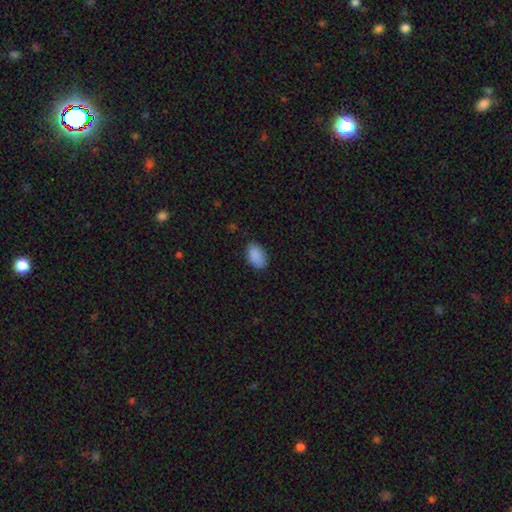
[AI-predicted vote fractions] Smooth or featured: smooth — 89% (star or artifact — 8%)
How rounded: in between — 90% (round — 8%)
Merging: none — 80% (minor disturbance — 16%)